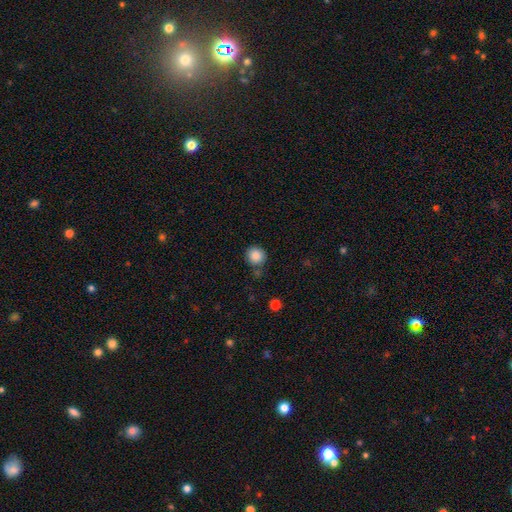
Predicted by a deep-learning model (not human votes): A smooth galaxy with no disk features (87%) that is round (92%).

Vote fractions:
- Smooth or featured? smooth: 87% / star or artifact: 10% / featured or disk: 4%
- How rounded? round: 92% / in between: 7% / cigar-shaped: 1%
- Merging? none: 77% / minor disturbance: 13% / merger: 7% / major disturbance: 4%